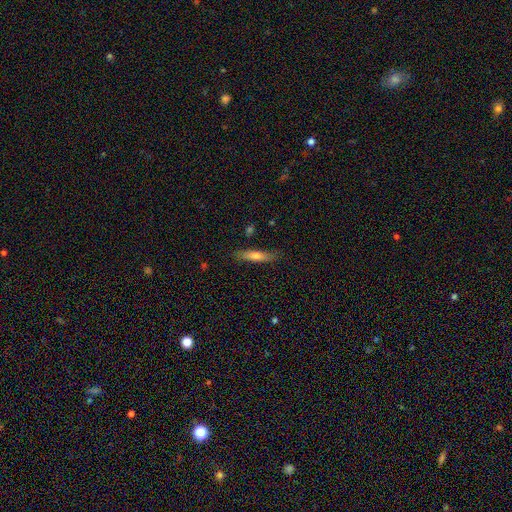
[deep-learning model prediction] The model was most divided on "smooth or featured": smooth: 57%, featured or disk: 36%, star or artifact: 7%. More confident: how rounded — cigar-shaped (84%); merging — none (83%).